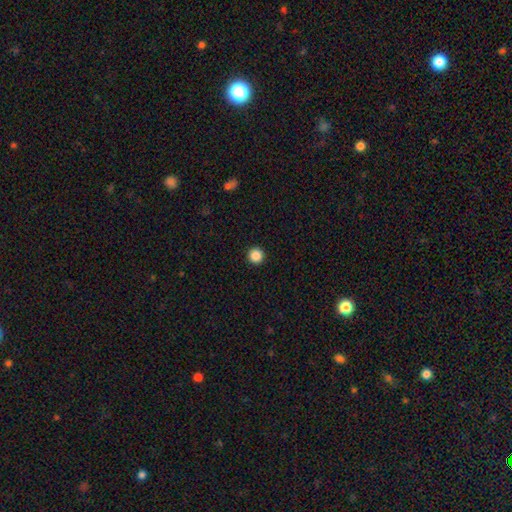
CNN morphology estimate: Smooth or featured: smooth — 87% (star or artifact — 10%)
How rounded: round — 97% (in between — 3%)
Merging: none — 94% (minor disturbance — 4%)